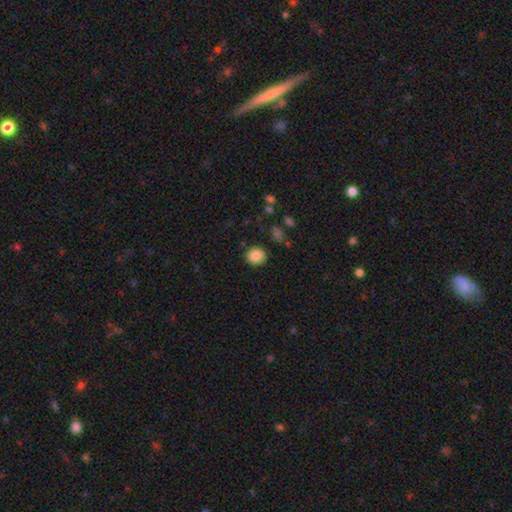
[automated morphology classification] Smooth or featured?
  - smooth: 87% *
  - star or artifact: 9%
  - featured or disk: 4%
How rounded?
  - round: 80% *
  - in between: 19%
  - cigar-shaped: 1%
Merging?
  - none: 88% *
  - minor disturbance: 8%
  - major disturbance: 3%
  - merger: 2%